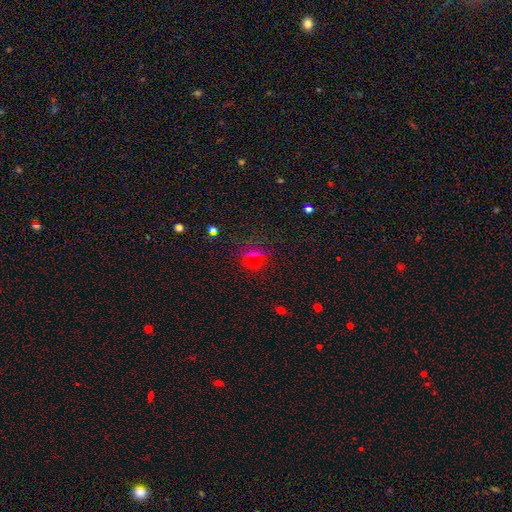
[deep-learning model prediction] smooth_or_featured: smooth (p=0.53) [alt: star or artifact p=0.38]
how_rounded: round (p=0.89) [alt: in between p=0.09]
merging: none (p=0.81) [alt: minor disturbance p=0.09]